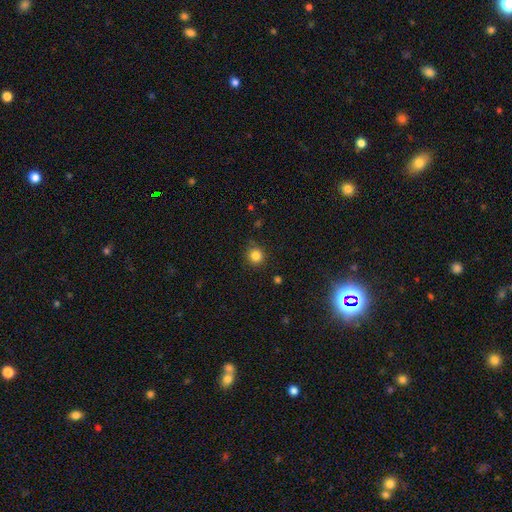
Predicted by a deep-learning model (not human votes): This appears to be a smooth galaxy with no disk features (84%) that is round (93%). Merging: none (87%).